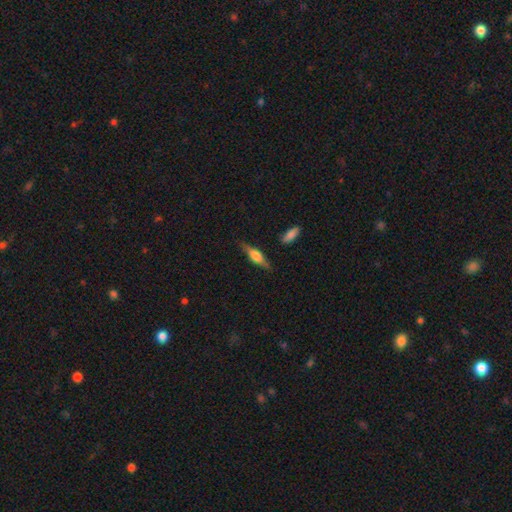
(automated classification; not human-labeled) A featured or disk galaxy (55%) viewed edge-on (94%) with a rounded central bulge (81%). Merging: none (78%).